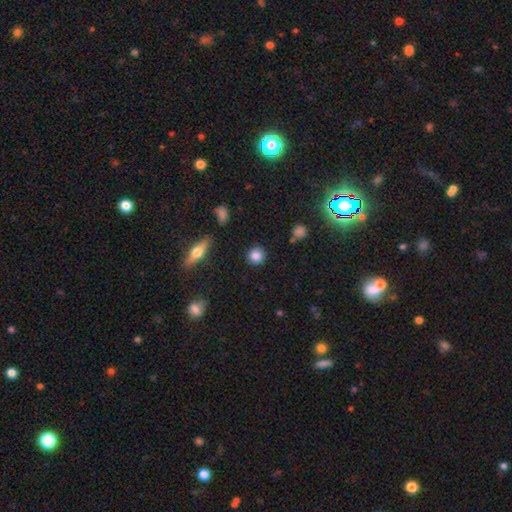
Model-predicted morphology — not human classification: Smooth or featured: smooth — 84% (star or artifact — 9%)
How rounded: round — 92% (in between — 7%)
Merging: none — 91% (minor disturbance — 6%)